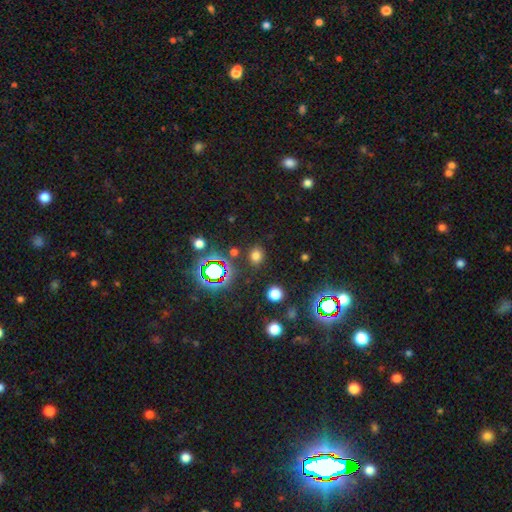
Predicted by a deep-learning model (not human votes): This is likely a smooth galaxy (69%). How rounded: likely round (62%). Merging: clearly none (85%).